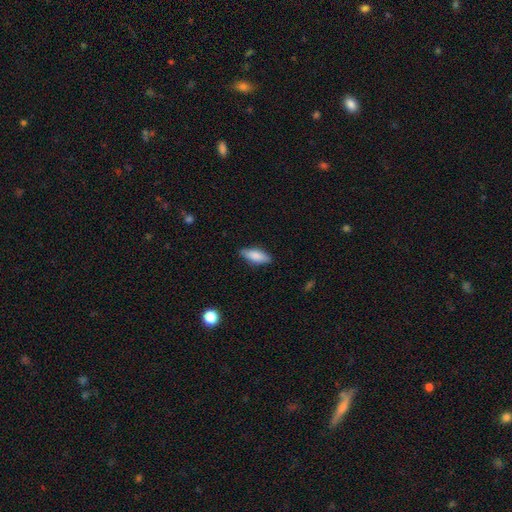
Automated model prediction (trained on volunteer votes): Morphology: type=smooth (83%); roundness=in between (73%); merging=none (85%).